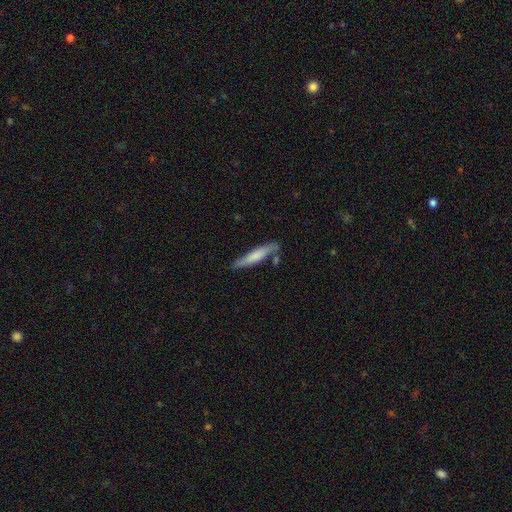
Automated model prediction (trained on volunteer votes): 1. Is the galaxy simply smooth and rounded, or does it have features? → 66% smooth, 28% featured or disk, 5% star or artifact.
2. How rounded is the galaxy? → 89% cigar-shaped, 10% in between, 1% round.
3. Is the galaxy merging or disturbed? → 73% none, 17% minor disturbance, 7% merger, 3% major disturbance.